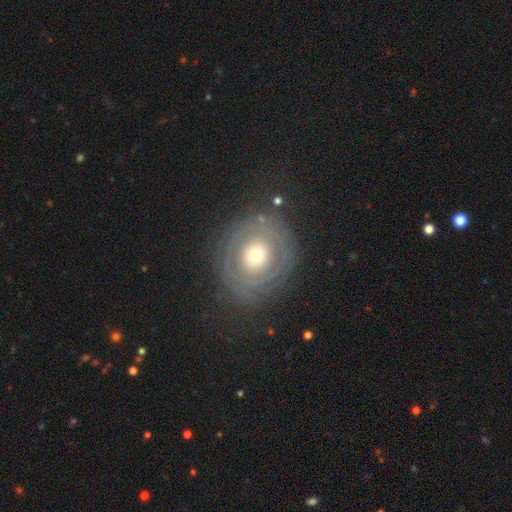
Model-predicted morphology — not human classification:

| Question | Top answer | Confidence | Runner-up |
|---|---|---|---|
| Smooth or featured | featured or disk | 59% | smooth (32%) |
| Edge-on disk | no | 95% | yes (5%) |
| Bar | no | 89% | weak (8%) |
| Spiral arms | no | 58% | yes (42%) |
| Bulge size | moderate | 52% | small (30%) |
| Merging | none | 76% | minor disturbance (13%) |